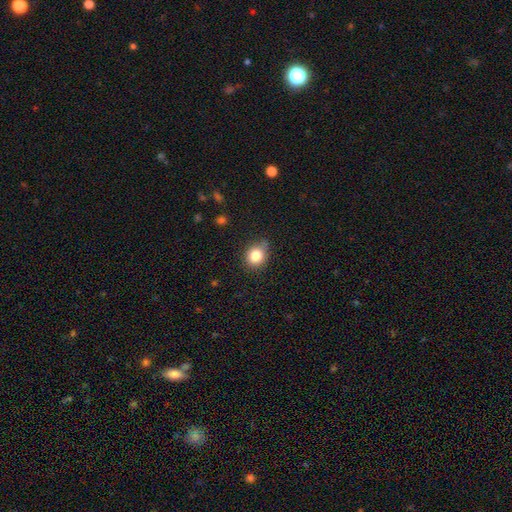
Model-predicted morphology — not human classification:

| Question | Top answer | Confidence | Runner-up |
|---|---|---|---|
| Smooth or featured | smooth | 82% | star or artifact (10%) |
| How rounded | round | 71% | in between (28%) |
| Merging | none | 68% | minor disturbance (25%) |